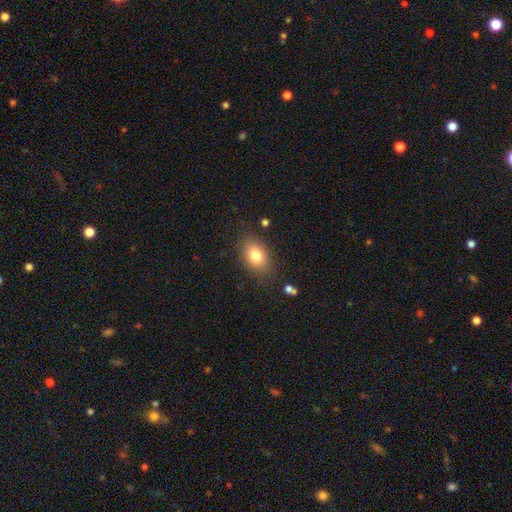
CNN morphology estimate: smooth_or_featured: smooth (p=0.79) [alt: featured or disk p=0.11]
how_rounded: in between (p=0.77) [alt: round p=0.21]
merging: none (p=0.81) [alt: minor disturbance p=0.13]